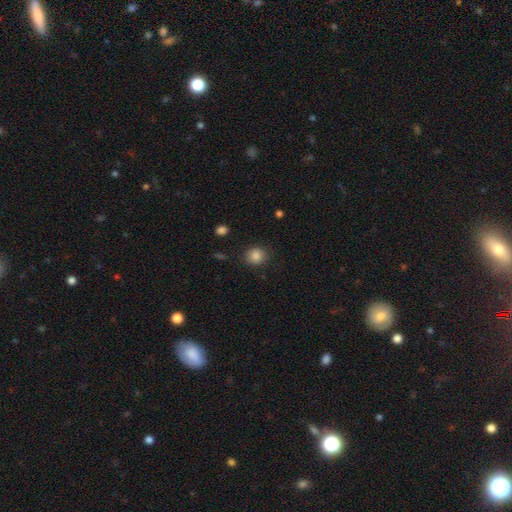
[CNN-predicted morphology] A smooth galaxy with no disk features (86%) that is round (80%). Merging: none (85%).